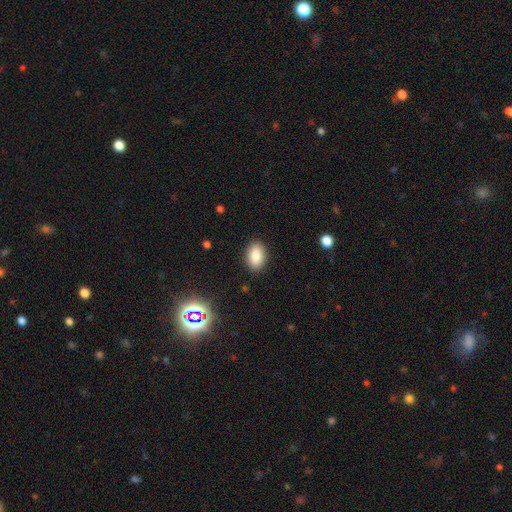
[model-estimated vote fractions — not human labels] Morphology: type=smooth (85%); roundness=in between (88%); merging=none (89%).